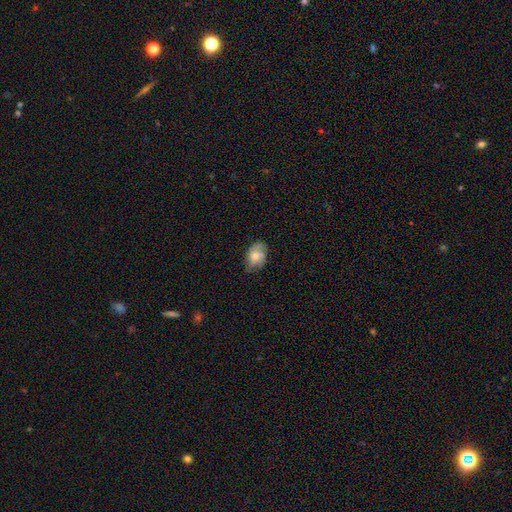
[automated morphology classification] The model was most divided on "smooth or featured": smooth: 60%, featured or disk: 32%, star or artifact: 8%. More confident: how rounded — in between (84%); merging — none (61%).